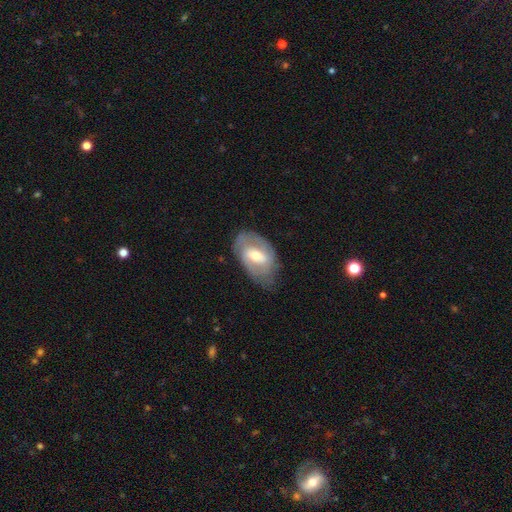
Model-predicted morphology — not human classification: smooth_or_featured: featured or disk (p=0.65) [alt: smooth p=0.29]
disk_edge_on: no (p=0.94) [alt: yes p=0.06]
bar: weak (p=0.48) [alt: strong p=0.29]
has_spiral_arms: yes (p=0.72) [alt: no p=0.28]
bulge_size: moderate (p=0.63) [alt: small p=0.30]
merging: none (p=0.64) [alt: minor disturbance p=0.25]